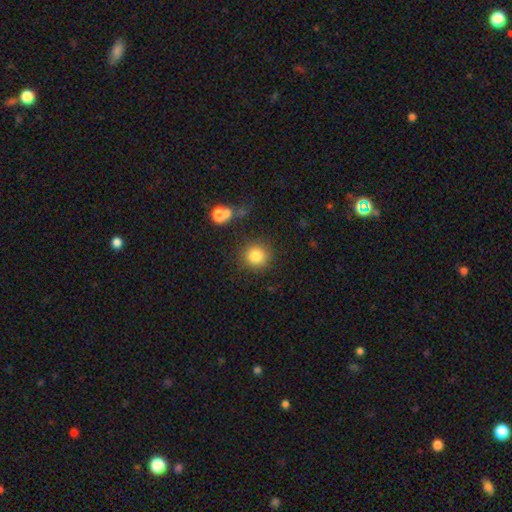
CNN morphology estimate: smooth 83%, star or artifact 10%, featured or disk 6%. Down the decision tree: how rounded — round (91%); merging — none (82%).